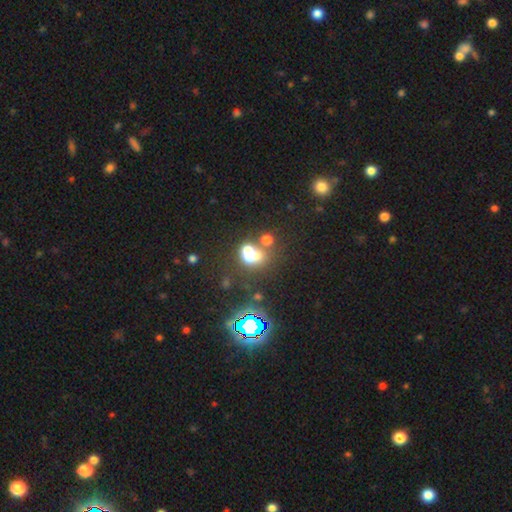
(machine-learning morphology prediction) Smooth or featured? Predicted: smooth (p=0.51). How rounded? Predicted: round (p=0.53). Merging? Predicted: merger (p=0.52).